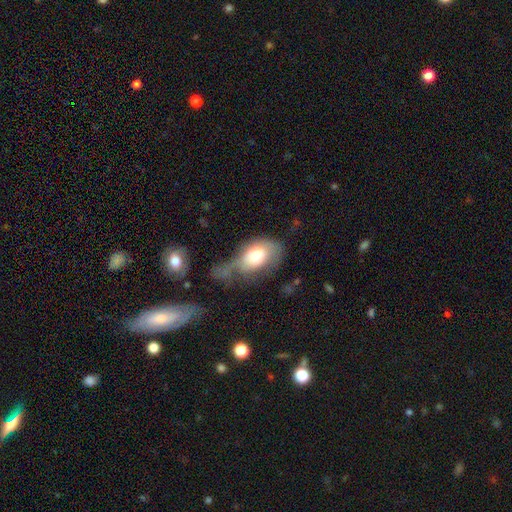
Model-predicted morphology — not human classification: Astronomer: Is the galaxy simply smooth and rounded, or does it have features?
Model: smooth — 70%.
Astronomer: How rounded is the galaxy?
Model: in between — 85%.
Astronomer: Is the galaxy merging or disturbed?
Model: major disturbance — 37% (runner-up: minor disturbance, 25%).